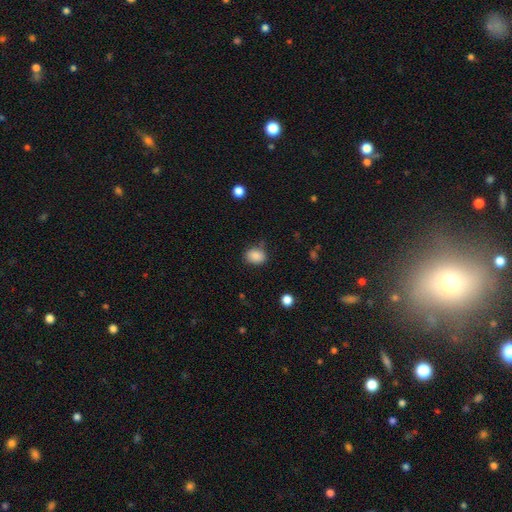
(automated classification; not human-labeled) A smooth galaxy with no disk features (87%) that is in between round and cigar-shaped (58%).

Vote fractions:
- Smooth or featured? smooth: 87% / star or artifact: 9% / featured or disk: 4%
- How rounded? in between: 58% / round: 41% / cigar-shaped: 1%
- Merging? none: 76% / minor disturbance: 16% / major disturbance: 4% / merger: 3%